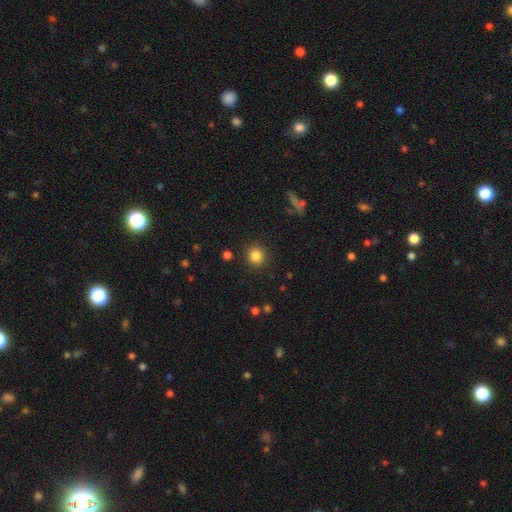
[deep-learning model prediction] Smooth or featured? smooth (84%)
How rounded? round (86%)
Merging? none (89%)